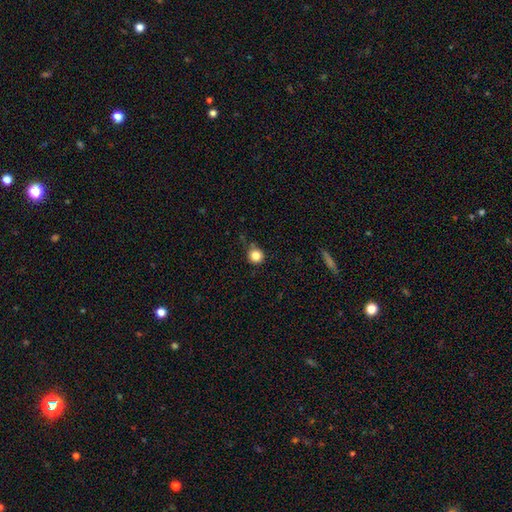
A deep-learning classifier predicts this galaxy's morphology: This appears to be a smooth galaxy with no disk features (84%) that is round (94%). Merging: none (78%).